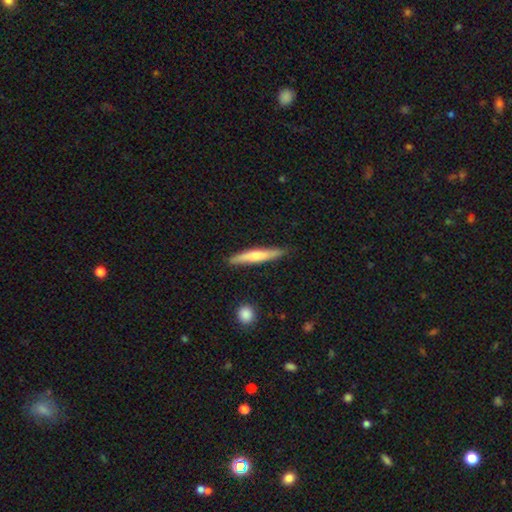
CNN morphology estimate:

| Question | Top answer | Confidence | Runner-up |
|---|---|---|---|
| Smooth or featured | smooth | 54% | featured or disk (41%) |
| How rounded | cigar-shaped | 92% | in between (6%) |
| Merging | none | 86% | minor disturbance (11%) |